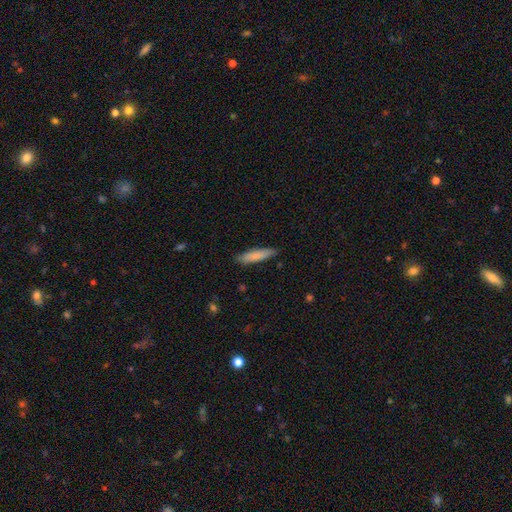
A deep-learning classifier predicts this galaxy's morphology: Smooth or featured: smooth — 82% (featured or disk — 12%)
How rounded: cigar-shaped — 80% (in between — 19%)
Merging: none — 85% (minor disturbance — 12%)